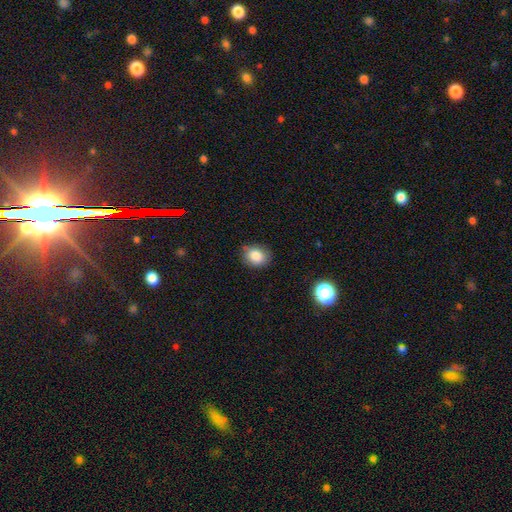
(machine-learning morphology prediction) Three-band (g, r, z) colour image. It shows a smooth galaxy with no disk features (85%) that is round (57%). Merging: none (80%).